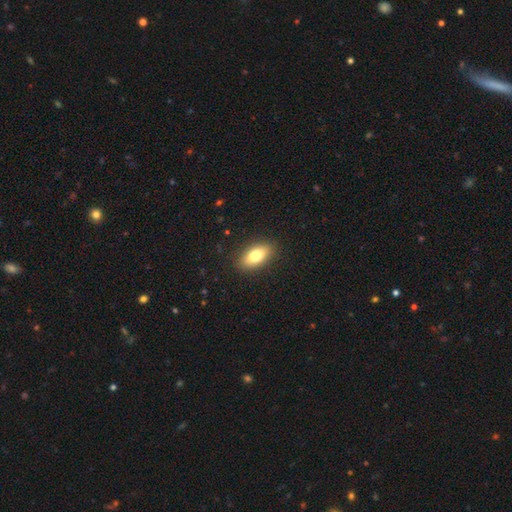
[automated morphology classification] Overall: smooth (78%). How rounded: in between (89%). Merging: none (89%).